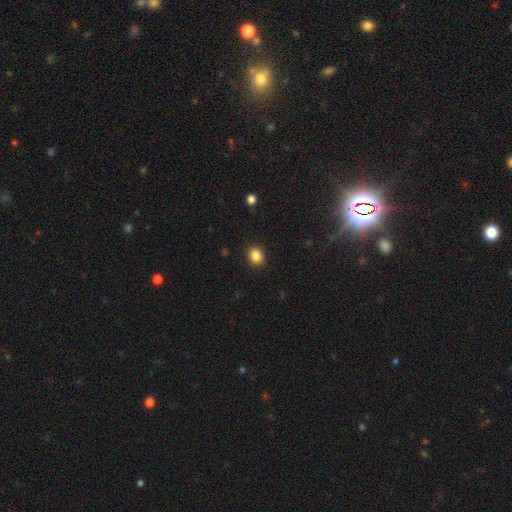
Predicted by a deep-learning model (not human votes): smooth 86%, star or artifact 11%, featured or disk 3%. Down the decision tree: how rounded — round (71%); merging — none (91%).